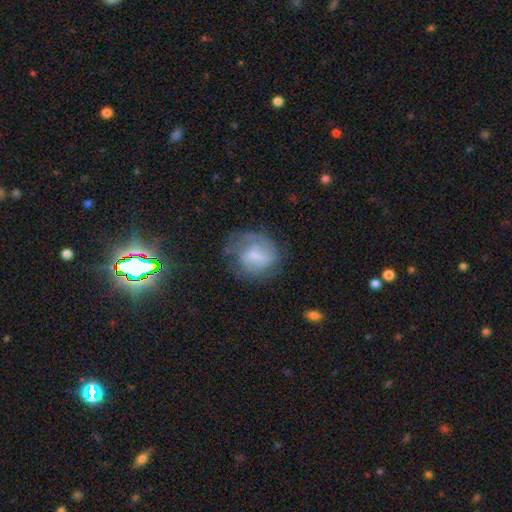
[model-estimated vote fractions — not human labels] Smooth or featured? Predicted: smooth (p=0.46). Merging? Predicted: none (p=0.49).